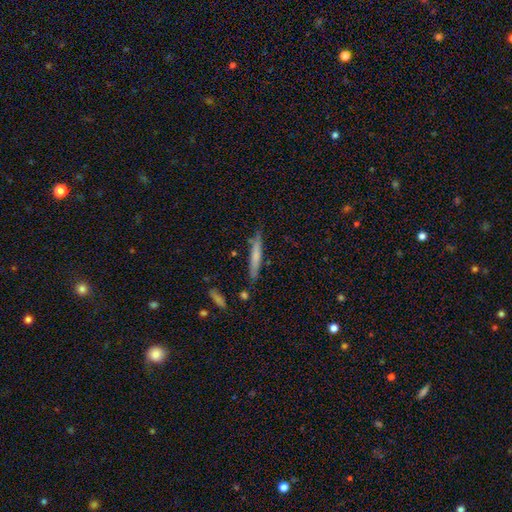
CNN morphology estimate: This appears to be a smooth galaxy with no disk features (63%) that is cigar-shaped (93%). Merging: none (79%).